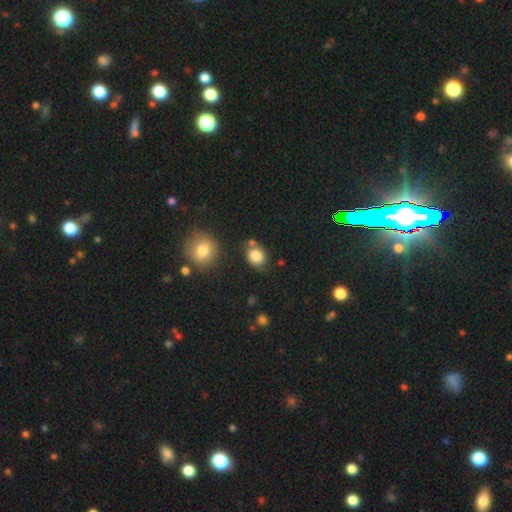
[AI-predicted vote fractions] This is clearly a smooth galaxy (81%). How rounded: possibly round (51%). Merging: likely none (65%).